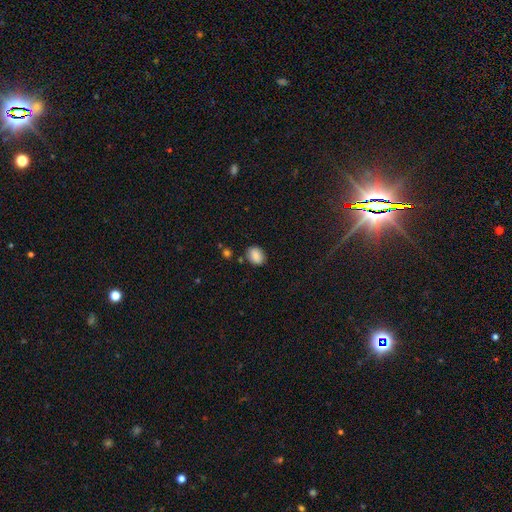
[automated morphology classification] smooth-or-featured: smooth: 85% | star or artifact: 9% | featured or disk: 6%
  how-rounded: in between: 56% | round: 43% | cigar-shaped: 1%
  merging: none: 82% | minor disturbance: 11% | merger: 4% | major disturbance: 3%